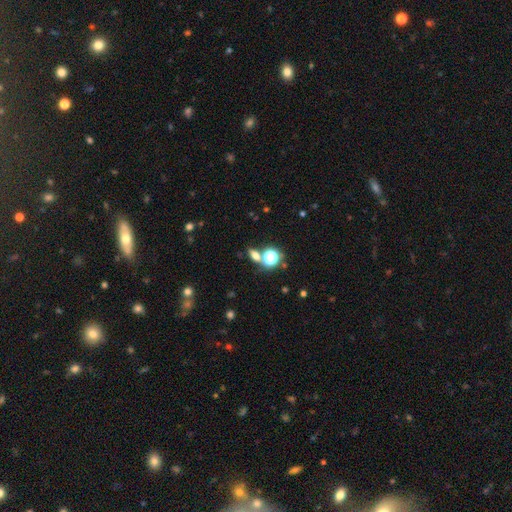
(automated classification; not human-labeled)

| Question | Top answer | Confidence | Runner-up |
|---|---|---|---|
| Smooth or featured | smooth | 60% | star or artifact (29%) |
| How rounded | in between | 57% | round (35%) |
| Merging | none | 68% | merger (19%) |